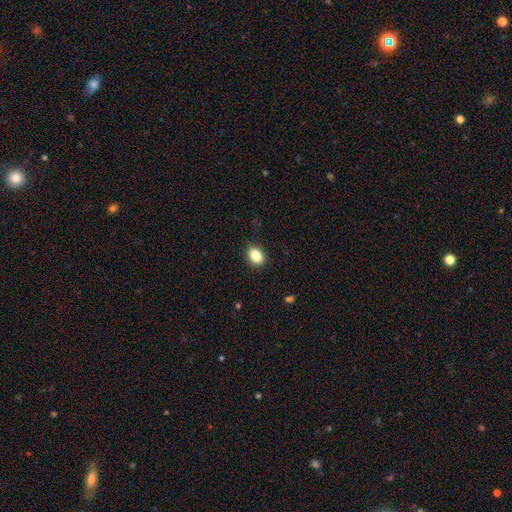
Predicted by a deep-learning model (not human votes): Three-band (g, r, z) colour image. It shows a smooth galaxy with no disk features (85%) that is in between round and cigar-shaped (63%). Merging: none (90%).